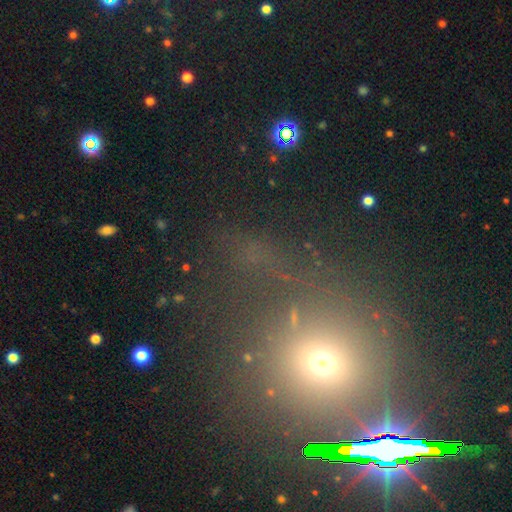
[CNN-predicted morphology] Smooth or featured? Predicted: star or artifact (p=0.58).